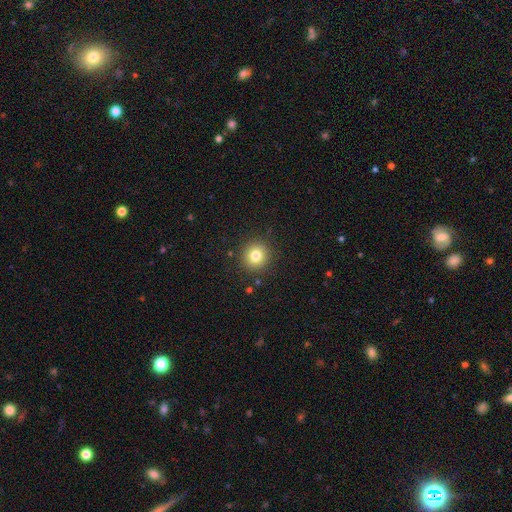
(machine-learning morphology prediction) Smooth or featured? Predicted: smooth (p=0.80). How rounded? Predicted: round (p=0.93). Merging? Predicted: none (p=0.90).